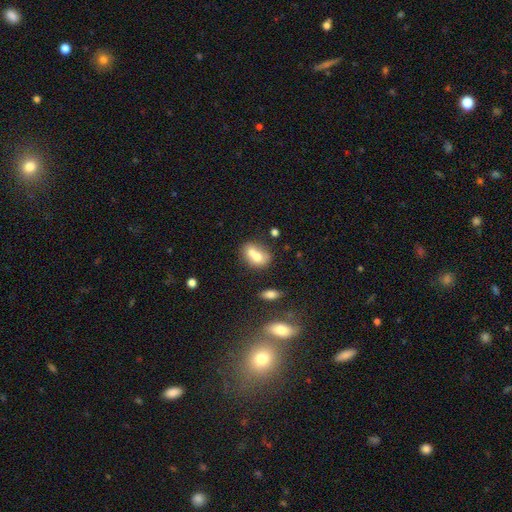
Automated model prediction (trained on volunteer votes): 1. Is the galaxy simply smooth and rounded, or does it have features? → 66% smooth, 24% featured or disk, 10% star or artifact.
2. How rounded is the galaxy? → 57% in between, 42% round, 1% cigar-shaped.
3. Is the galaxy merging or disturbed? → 62% merger, 26% none, 9% minor disturbance, 4% major disturbance.